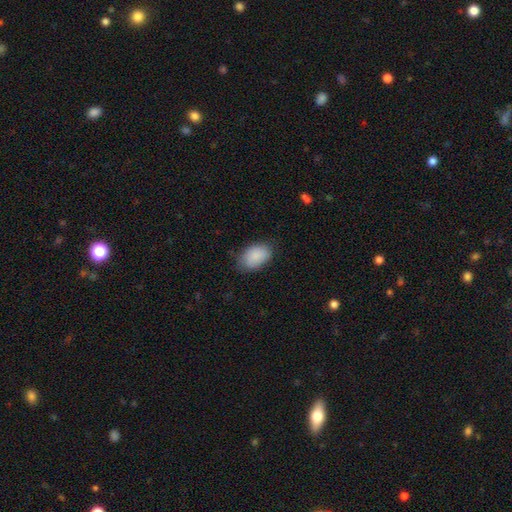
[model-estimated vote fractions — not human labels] smooth-or-featured: smooth: 88% | star or artifact: 6% | featured or disk: 5%
  how-rounded: in between: 88% | round: 11% | cigar-shaped: 1%
  merging: none: 71% | minor disturbance: 23% | major disturbance: 5% | merger: 1%